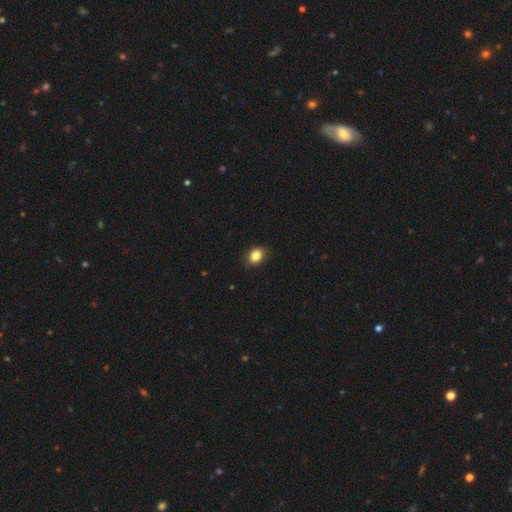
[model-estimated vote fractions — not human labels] Overall: smooth (85%). How rounded: in between (58%; round 41%). Merging: none (85%).